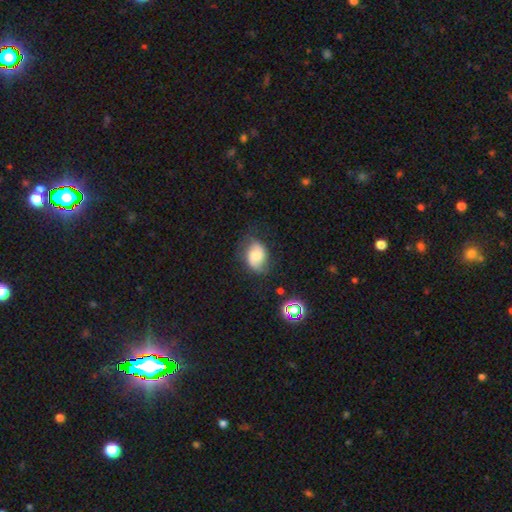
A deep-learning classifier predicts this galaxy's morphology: The model was most divided on "smooth or featured": smooth: 57%, featured or disk: 32%, star or artifact: 11%. More confident: how rounded — in between (71%); merging — none (60%).